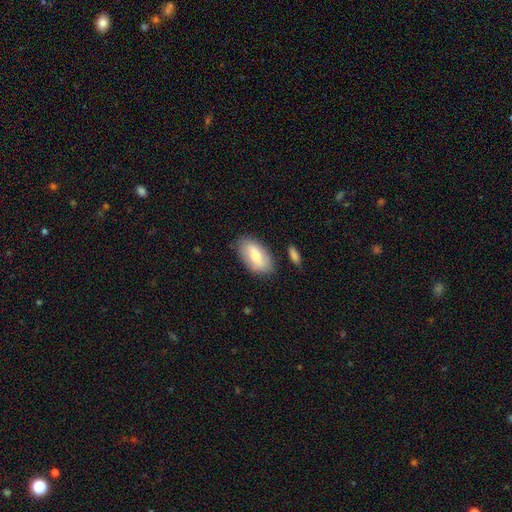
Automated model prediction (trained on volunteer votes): Smooth or featured: smooth — 71% (featured or disk — 23%)
How rounded: in between — 93% (cigar-shaped — 4%)
Merging: none — 79% (minor disturbance — 14%)